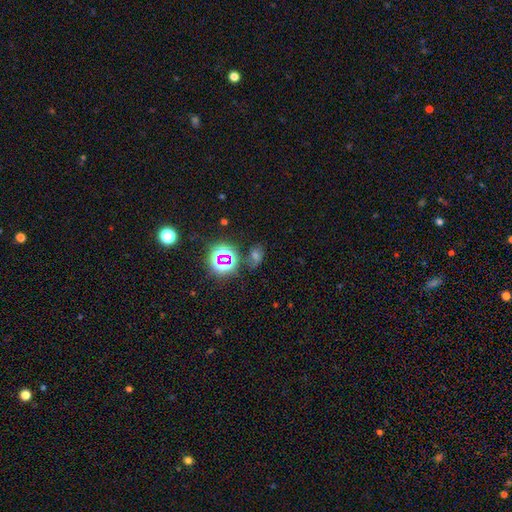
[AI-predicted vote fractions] This appears to be a star or artifact, not a galaxy (54%).